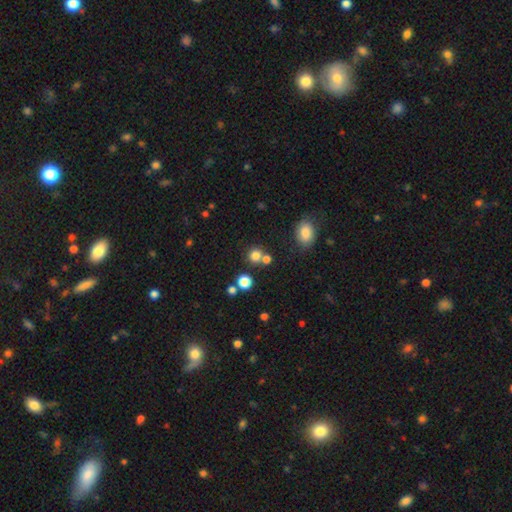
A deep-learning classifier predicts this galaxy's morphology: This is likely a smooth galaxy (78%). How rounded: clearly round (88%). Merging: likely none (64%).